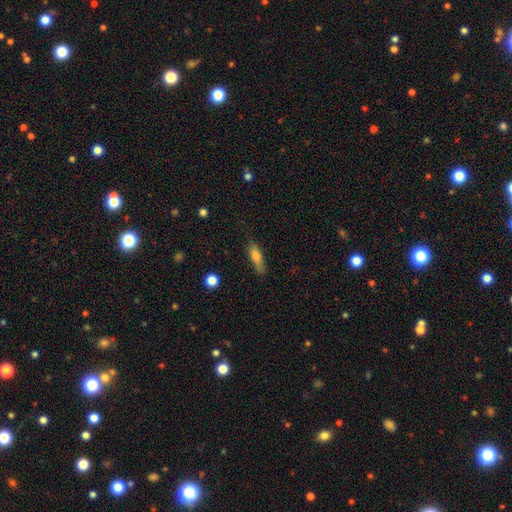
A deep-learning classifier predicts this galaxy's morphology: The model was most divided on "how rounded": cigar-shaped: 58%, in between: 39%, round: 3%. More confident: smooth or featured — smooth (73%); merging — none (67%).